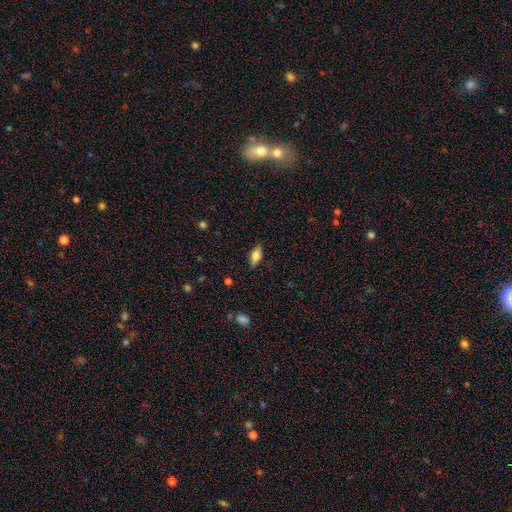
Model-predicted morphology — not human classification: Smooth or featured? Predicted: smooth (p=0.76). How rounded? Predicted: in between (p=0.86). Merging? Predicted: none (p=0.84).